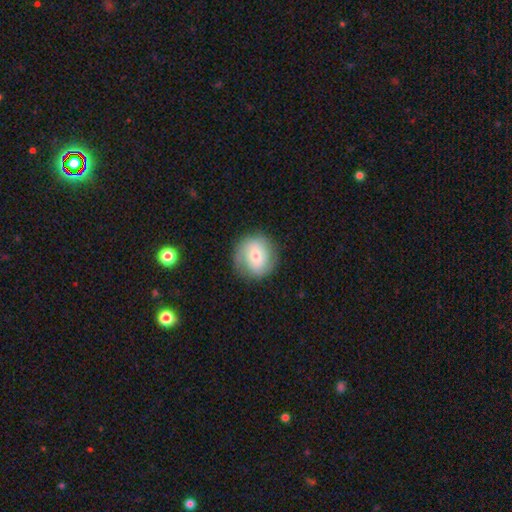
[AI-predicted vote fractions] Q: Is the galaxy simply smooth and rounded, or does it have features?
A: smooth — 58%.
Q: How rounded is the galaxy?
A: round — 88%.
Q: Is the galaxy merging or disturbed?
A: none — 82%.